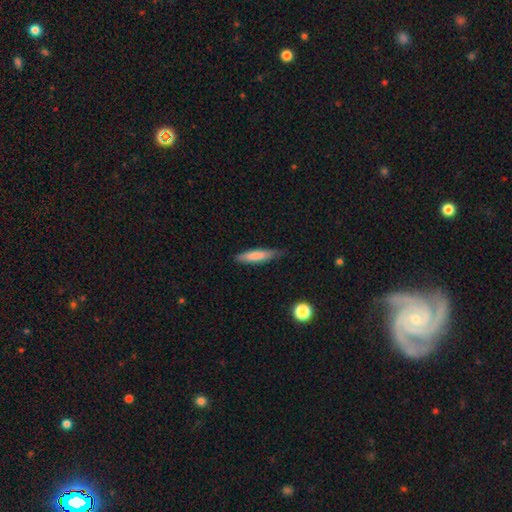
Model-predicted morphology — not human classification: Smooth or featured? smooth (77%)
How rounded? cigar-shaped (81%)
Merging? none (76%)